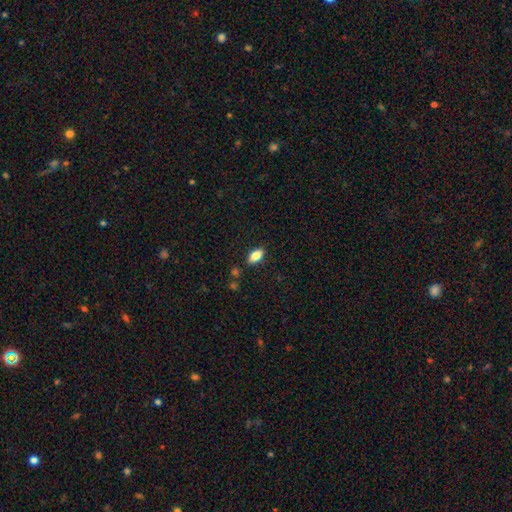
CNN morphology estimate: This appears to be a smooth galaxy with no disk features (82%) that is in between round and cigar-shaped (89%). Merging: none (86%).